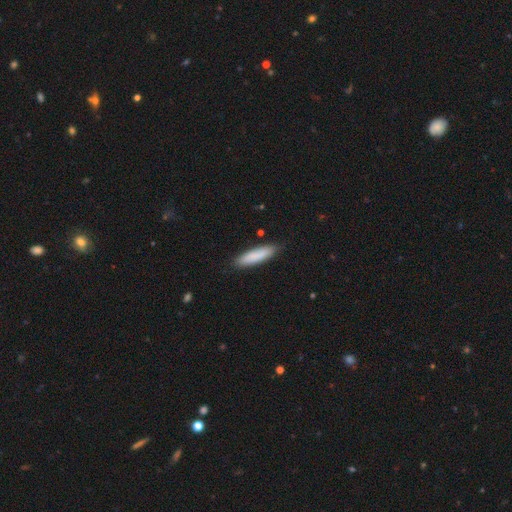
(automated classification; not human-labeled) The model was most divided on "how rounded": cigar-shaped: 74%, in between: 24%, round: 1%. More confident: merging — none (87%); smooth or featured — smooth (86%).